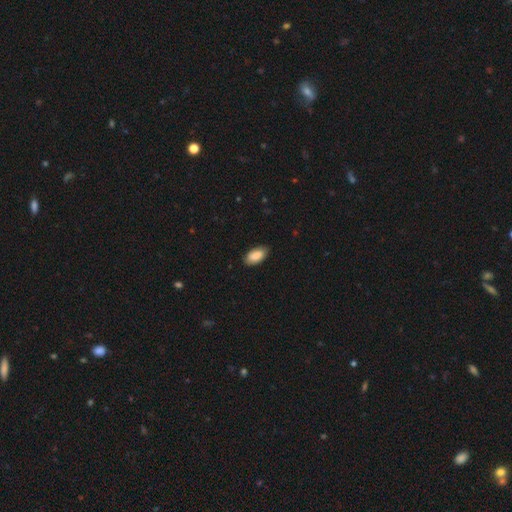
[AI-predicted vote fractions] This is clearly a smooth galaxy (89%). How rounded: clearly in between (94%). Merging: clearly none (84%).